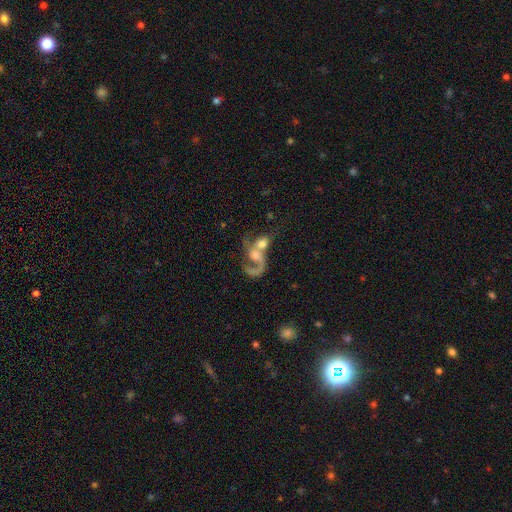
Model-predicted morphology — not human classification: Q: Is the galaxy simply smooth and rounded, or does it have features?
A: featured or disk — 62%.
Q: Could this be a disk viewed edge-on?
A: no — 97%.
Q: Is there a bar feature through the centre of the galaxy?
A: no — 70%.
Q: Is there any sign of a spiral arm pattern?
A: yes — 77%.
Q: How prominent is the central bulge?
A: moderate — 41%.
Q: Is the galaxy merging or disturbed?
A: merger — 70%.